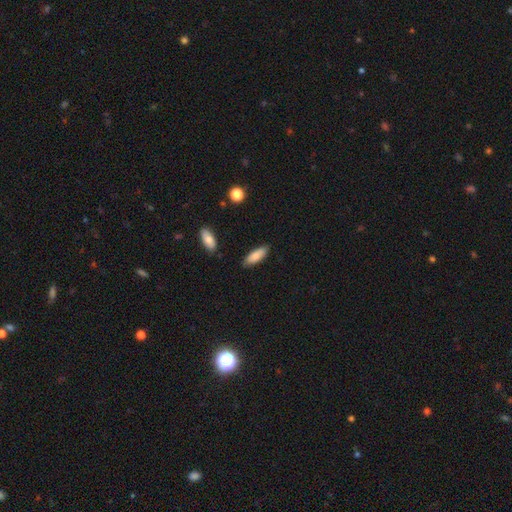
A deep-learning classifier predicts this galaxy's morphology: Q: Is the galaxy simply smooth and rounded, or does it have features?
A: smooth — 82%.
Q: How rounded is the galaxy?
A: in between — 65%.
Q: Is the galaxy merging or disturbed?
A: none — 84%.